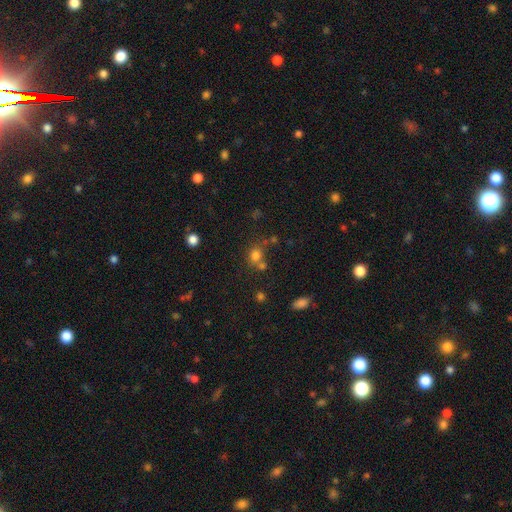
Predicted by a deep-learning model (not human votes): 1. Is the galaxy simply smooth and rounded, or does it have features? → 75% smooth, 17% star or artifact, 9% featured or disk.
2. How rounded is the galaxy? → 71% round, 28% in between, 1% cigar-shaped.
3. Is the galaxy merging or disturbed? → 53% none, 30% merger, 11% minor disturbance, 6% major disturbance.